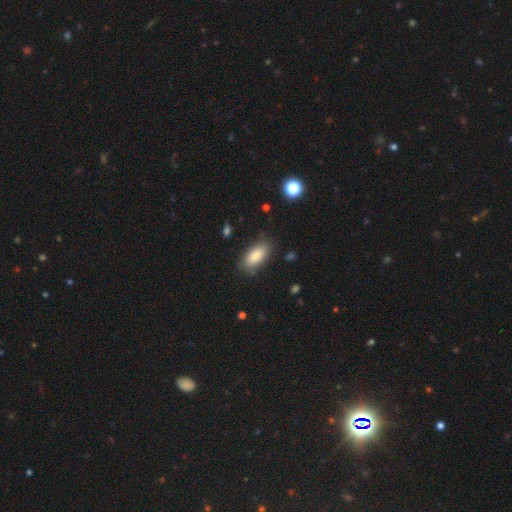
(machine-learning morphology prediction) Smooth or featured?
  - smooth: 86% *
  - featured or disk: 7%
  - star or artifact: 7%
How rounded?
  - in between: 90% *
  - cigar-shaped: 7%
  - round: 3%
Merging?
  - none: 82% *
  - minor disturbance: 13%
  - major disturbance: 3%
  - merger: 2%